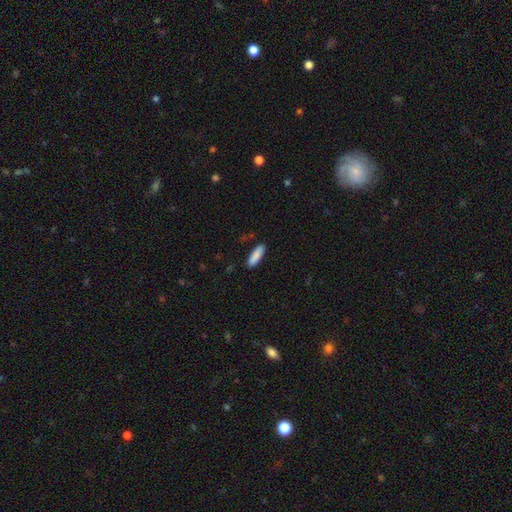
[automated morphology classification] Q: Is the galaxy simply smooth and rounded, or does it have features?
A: smooth — 88%.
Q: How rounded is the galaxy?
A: cigar-shaped — 52%.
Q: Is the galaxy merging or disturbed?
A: none — 88%.